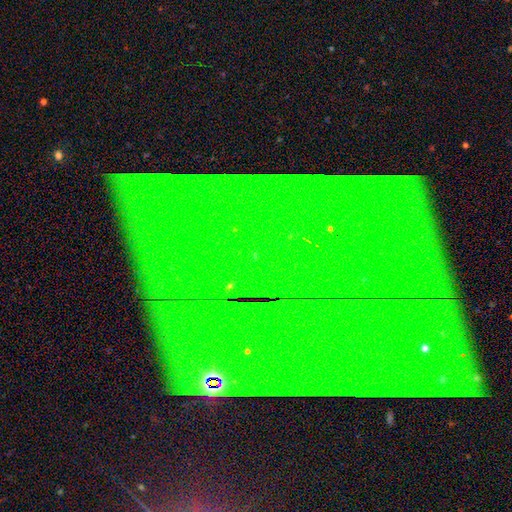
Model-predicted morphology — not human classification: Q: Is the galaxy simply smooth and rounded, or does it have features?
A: star or artifact — 83%.